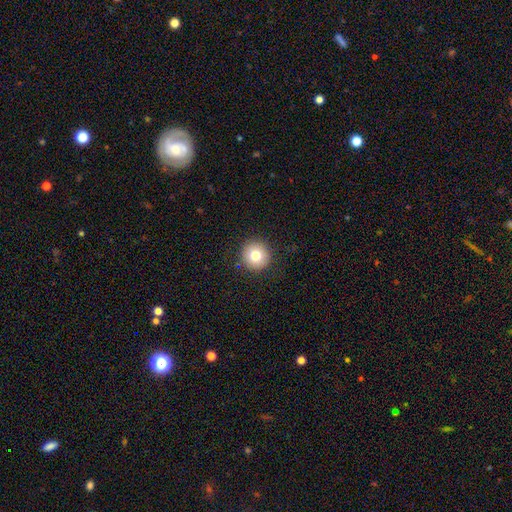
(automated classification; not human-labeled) smooth_or_featured: smooth (p=0.78) [alt: featured or disk p=0.11]
how_rounded: round (p=0.96) [alt: in between p=0.03]
merging: none (p=0.91) [alt: minor disturbance p=0.06]